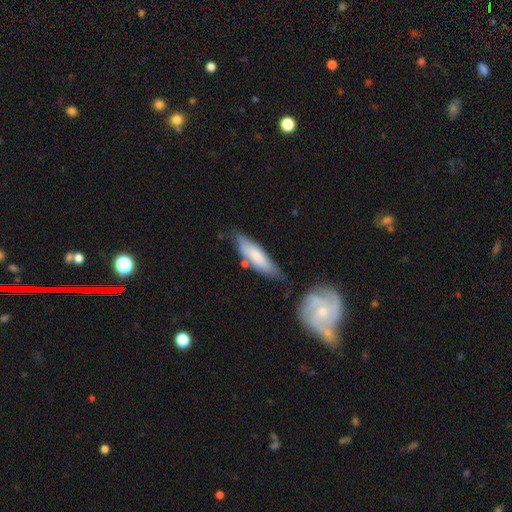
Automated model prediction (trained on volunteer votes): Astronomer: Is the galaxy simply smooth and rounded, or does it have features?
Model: smooth — 67%.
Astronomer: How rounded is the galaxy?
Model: cigar-shaped — 62%.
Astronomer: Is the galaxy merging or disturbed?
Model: none — 63%.